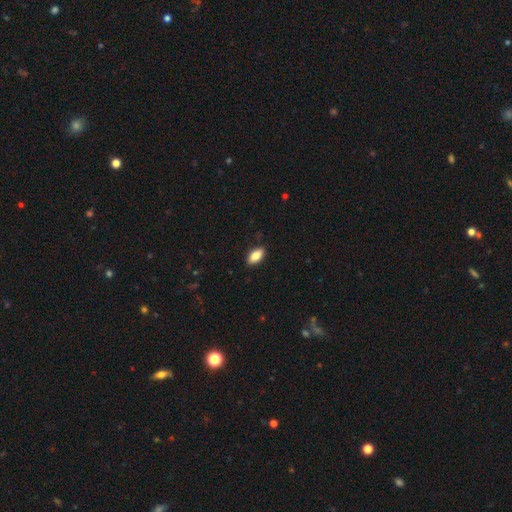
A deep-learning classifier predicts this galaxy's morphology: smooth-or-featured: smooth: 84% | featured or disk: 9% | star or artifact: 7%
  how-rounded: in between: 91% | cigar-shaped: 5% | round: 4%
  merging: none: 88% | minor disturbance: 9% | major disturbance: 2% | merger: 1%